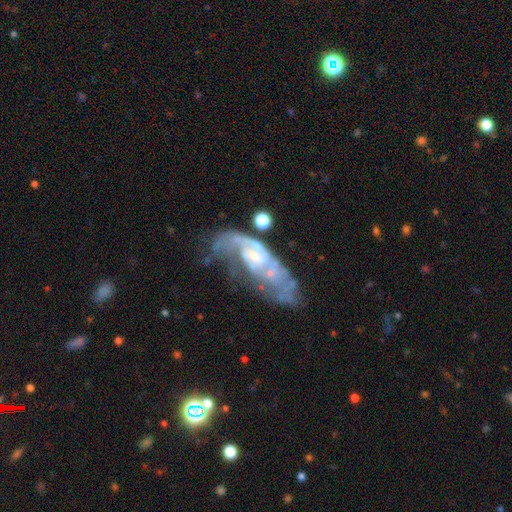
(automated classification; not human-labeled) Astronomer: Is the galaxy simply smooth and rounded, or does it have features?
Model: featured or disk — 78%.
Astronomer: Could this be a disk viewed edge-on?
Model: no — 92%.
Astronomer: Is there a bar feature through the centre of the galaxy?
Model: no — 64%.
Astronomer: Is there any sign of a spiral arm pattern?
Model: yes — 76%.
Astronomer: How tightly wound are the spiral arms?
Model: medium — 39% (runner-up: loose, 33%).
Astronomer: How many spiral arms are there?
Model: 2 — 37% (runner-up: 1, 28%).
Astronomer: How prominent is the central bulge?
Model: small — 53%.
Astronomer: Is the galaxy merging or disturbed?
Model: major disturbance — 36% (runner-up: none, 30%).